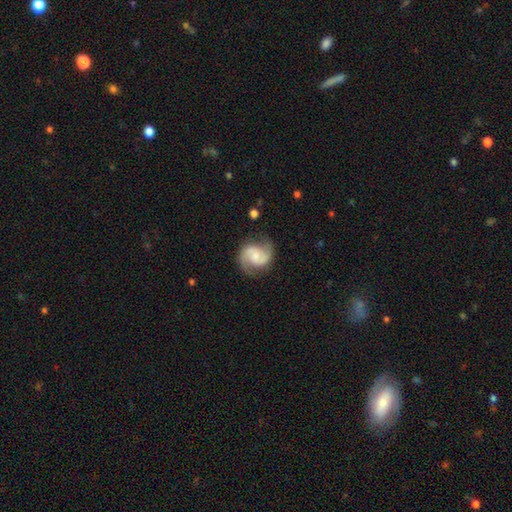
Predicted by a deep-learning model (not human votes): A featured or disk galaxy (84%) with no bar (49%), 2 (92%) medium (55%) spiral arms (97%) and a small central bulge (46%).

Vote fractions:
- Smooth or featured? featured or disk: 84% / smooth: 11% / star or artifact: 5%
- Edge-on disk? no: 98% / yes: 2%
- Bar? no: 49% / weak: 40% / strong: 10%
- Spiral arms? yes: 97% / no: 3%
- Spiral winding? medium: 55% / tight: 23% / loose: 23%
- Spiral arm count? 2: 92% / can't tell: 3% / 1: 2% / 3: 1% / 4: 1% / more than 4: 1%
- Bulge size? small: 46% / moderate: 33% / none: 13% / large: 5% / dominant: 1%
- Merging? none: 77% / minor disturbance: 15% / major disturbance: 6% / merger: 2%